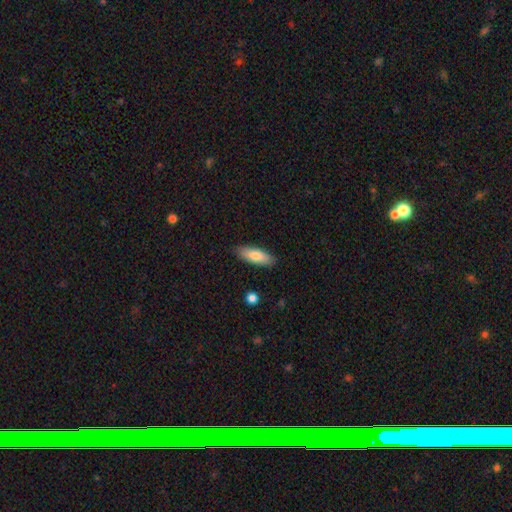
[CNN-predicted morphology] smooth 78%, featured or disk 16%, star or artifact 6%. Down the decision tree: how rounded — in between (67%); merging — none (86%).